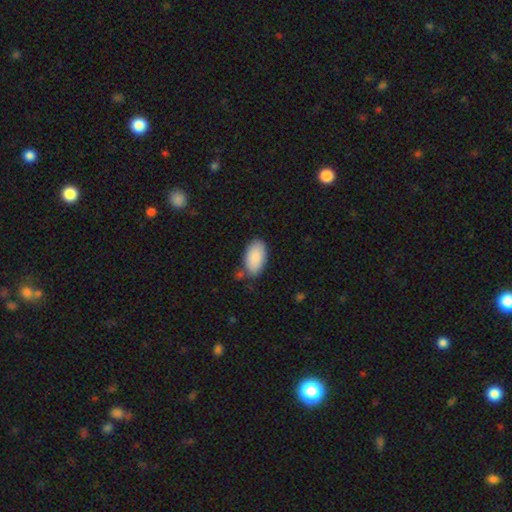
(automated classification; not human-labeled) Smooth or featured? smooth (89%)
How rounded? in between (95%)
Merging? none (75%)